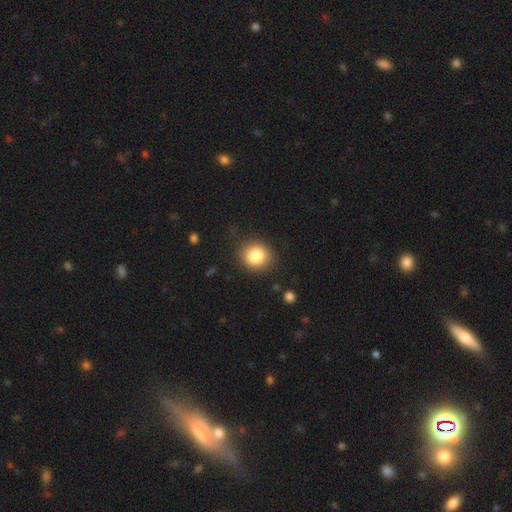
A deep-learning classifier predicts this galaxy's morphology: smooth 84%, star or artifact 10%, featured or disk 6%. Down the decision tree: how rounded — round (81%); merging — none (86%).